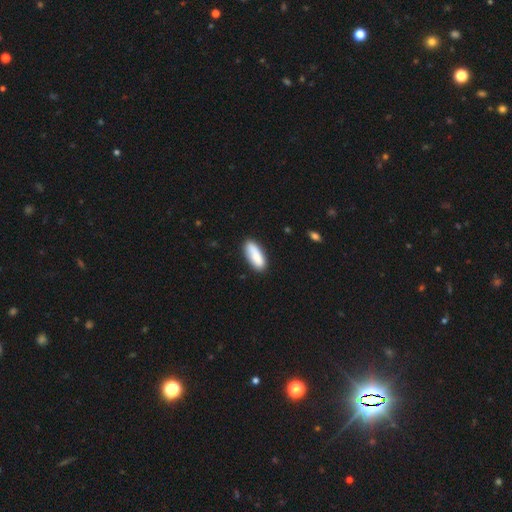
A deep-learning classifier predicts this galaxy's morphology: smooth_or_featured: smooth (p=0.86) [alt: featured or disk p=0.08]
how_rounded: in between (p=0.67) [alt: cigar-shaped p=0.31]
merging: none (p=0.81) [alt: minor disturbance p=0.14]